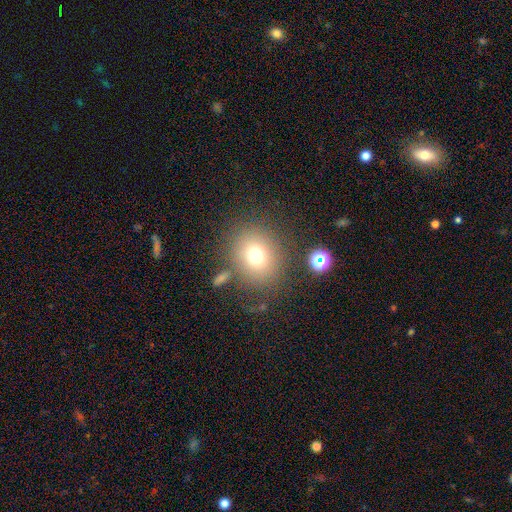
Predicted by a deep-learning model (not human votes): A smooth galaxy with no disk features (73%) that is round (72%).

Vote fractions:
- Smooth or featured? smooth: 73% / star or artifact: 15% / featured or disk: 12%
- How rounded? round: 72% / in between: 27% / cigar-shaped: 1%
- Merging? none: 77% / minor disturbance: 11% / merger: 6% / major disturbance: 6%